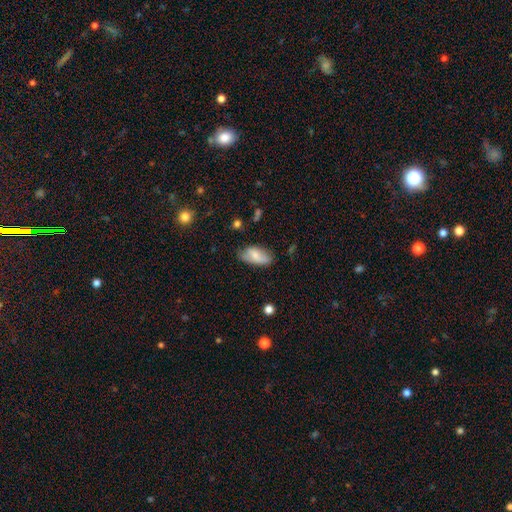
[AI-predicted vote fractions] Smooth or featured: smooth — 68% (featured or disk — 25%)
How rounded: in between — 92% (cigar-shaped — 5%)
Merging: none — 65% (minor disturbance — 27%)